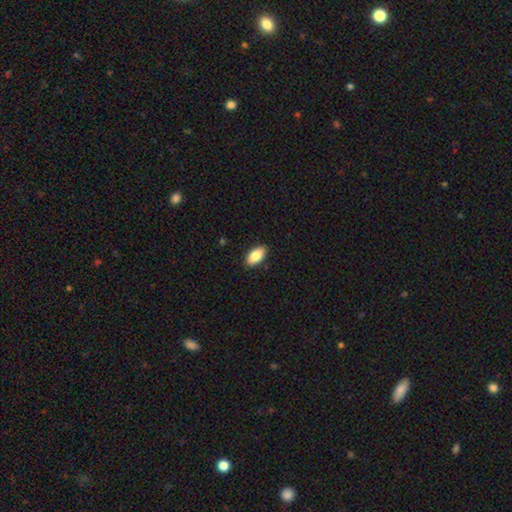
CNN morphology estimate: smooth 84%, featured or disk 9%, star or artifact 7%. Down the decision tree: how rounded — in between (93%); merging — none (89%).